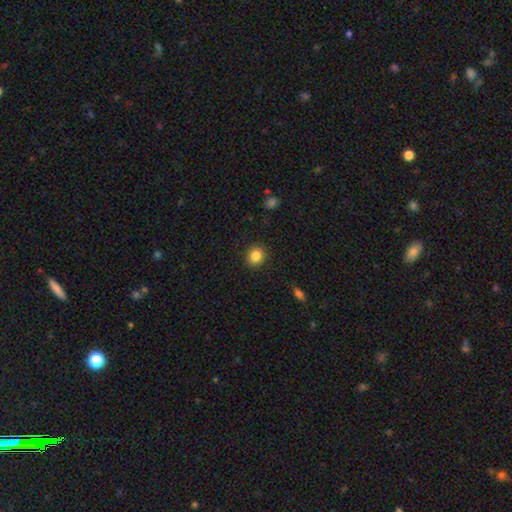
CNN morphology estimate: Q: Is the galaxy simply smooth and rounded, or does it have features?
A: smooth — 85%.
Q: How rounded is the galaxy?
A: round — 80%.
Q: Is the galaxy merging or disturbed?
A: none — 89%.